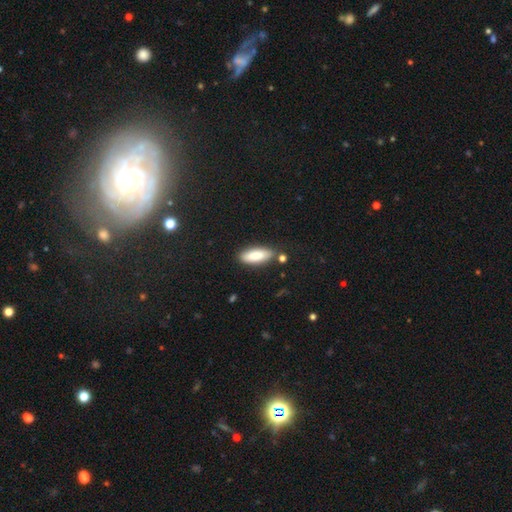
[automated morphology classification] A smooth galaxy with no disk features (85%) that is in between round and cigar-shaped (70%). Merging: none (82%).